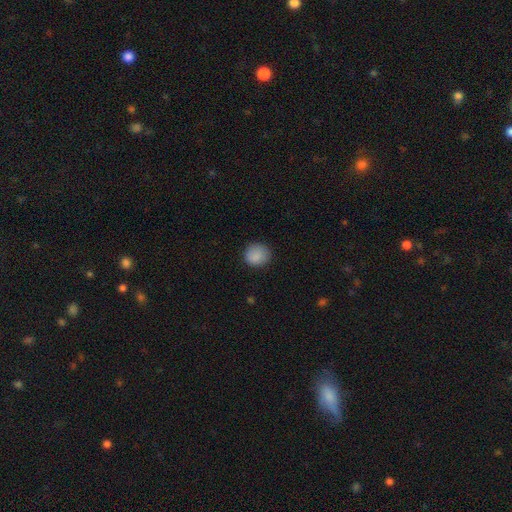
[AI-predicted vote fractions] Morphology: type=smooth (88%); roundness=round (85%); merging=none (83%).